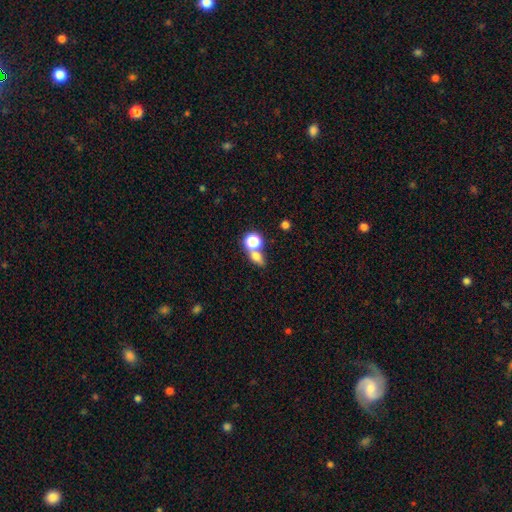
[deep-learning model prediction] The model was most divided on "merging": merger: 46%, none: 40%, minor disturbance: 9%, major disturbance: 5%. More confident: smooth or featured — smooth (73%); how rounded — in between (52%).